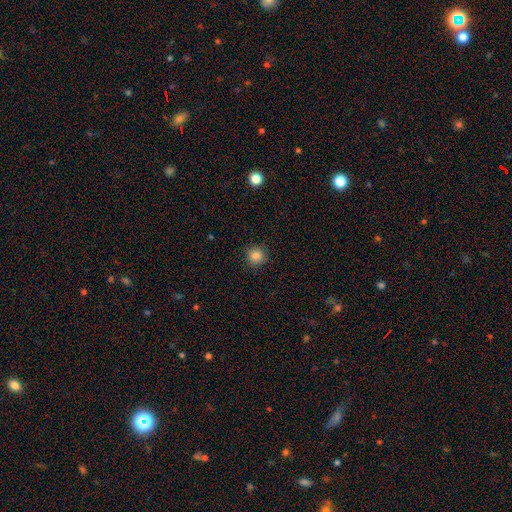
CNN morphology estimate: A smooth galaxy with no disk features (85%) that is round (93%).

Vote fractions:
- Smooth or featured? smooth: 85% / star or artifact: 11% / featured or disk: 4%
- How rounded? round: 93% / in between: 6% / cigar-shaped: 1%
- Merging? none: 90% / minor disturbance: 7% / major disturbance: 2% / merger: 1%